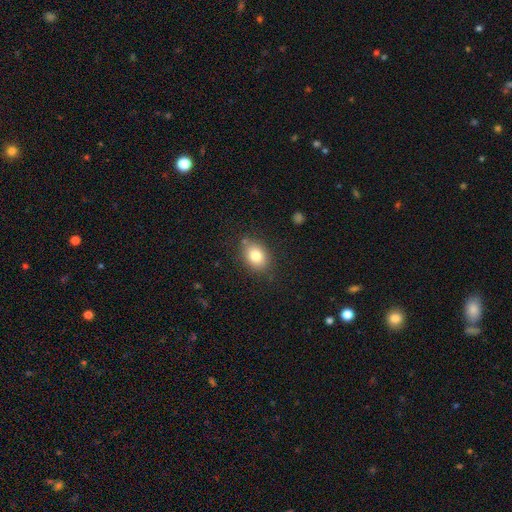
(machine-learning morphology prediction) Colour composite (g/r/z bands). It shows a smooth galaxy with no disk features (81%) that is in between round and cigar-shaped (66%). Merging: none (80%).